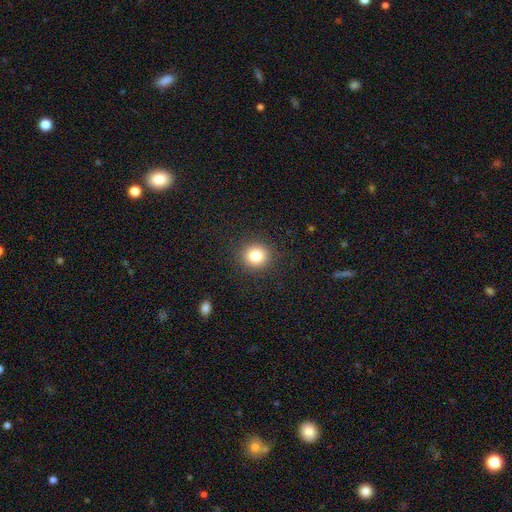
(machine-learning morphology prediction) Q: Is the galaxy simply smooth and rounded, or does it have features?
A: smooth — 82%.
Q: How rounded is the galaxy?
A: round — 89%.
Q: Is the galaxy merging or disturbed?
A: none — 90%.